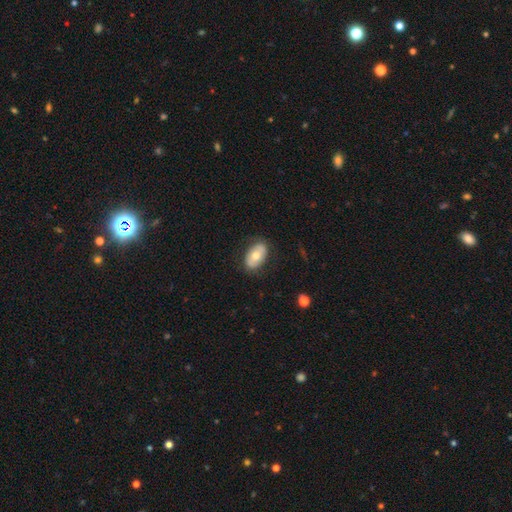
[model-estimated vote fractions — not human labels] A smooth galaxy with no disk features (62%) that is in between round and cigar-shaped (91%). Merging: none (81%).